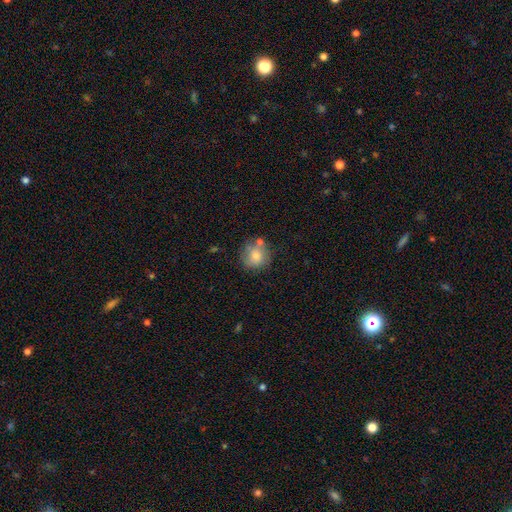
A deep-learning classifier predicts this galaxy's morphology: smooth-or-featured: smooth: 75% | featured or disk: 16% | star or artifact: 9%
  how-rounded: round: 86% | in between: 13% | cigar-shaped: 1%
  merging: none: 64% | minor disturbance: 18% | merger: 12% | major disturbance: 5%